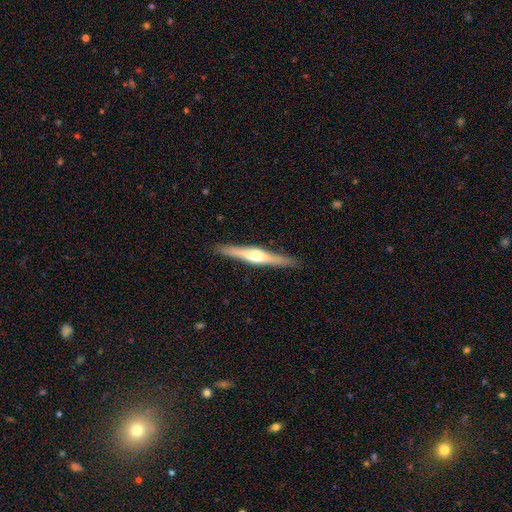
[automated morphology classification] Overall: featured or disk (69%). Edge-on disk: yes (97%). Edge-on bulge: rounded (91%). Merging: none (91%).